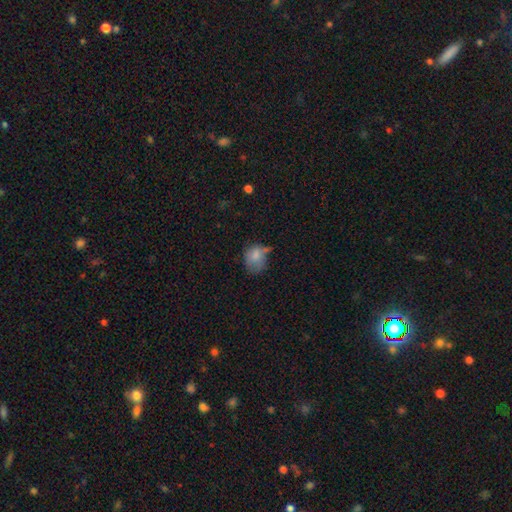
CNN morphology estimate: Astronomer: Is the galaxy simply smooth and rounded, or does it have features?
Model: smooth — 76%.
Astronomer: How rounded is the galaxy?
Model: in between — 52% (runner-up: round, 47%).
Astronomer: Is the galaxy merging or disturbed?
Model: none — 36% (runner-up: minor disturbance, 34%).